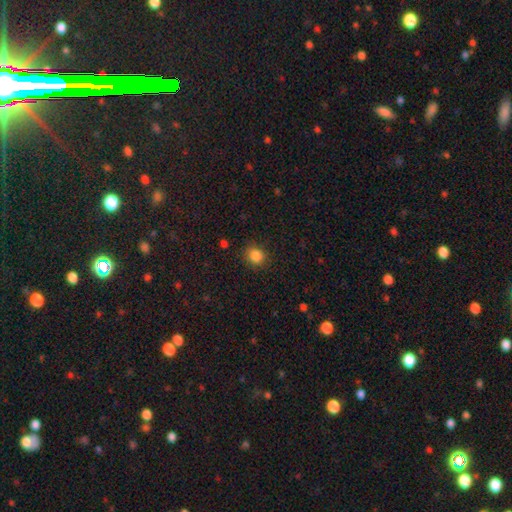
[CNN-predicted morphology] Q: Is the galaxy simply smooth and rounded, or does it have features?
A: smooth — 85%.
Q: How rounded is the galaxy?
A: round — 79%.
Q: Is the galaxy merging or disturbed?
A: none — 86%.